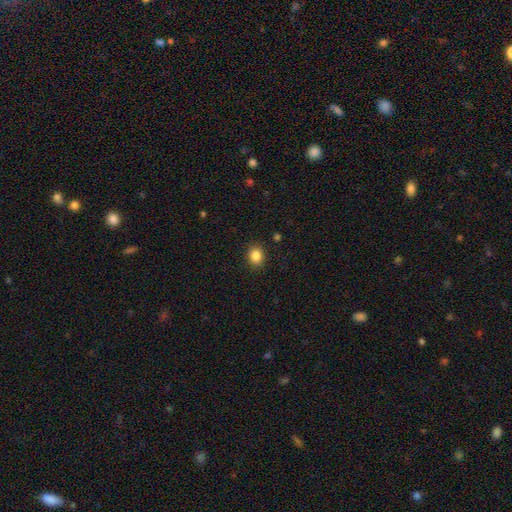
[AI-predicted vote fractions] Overall: smooth (85%). How rounded: round (63%; in between 36%). Merging: none (90%).